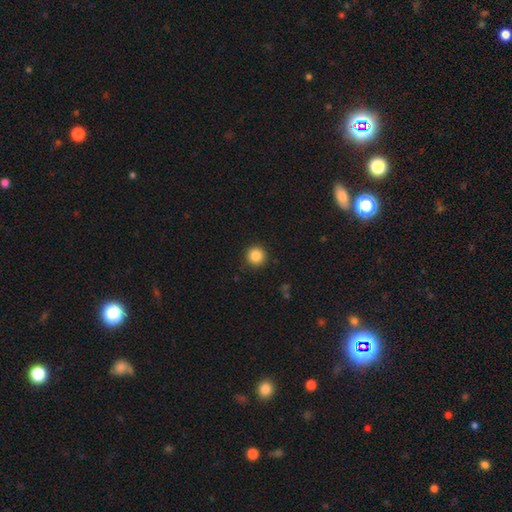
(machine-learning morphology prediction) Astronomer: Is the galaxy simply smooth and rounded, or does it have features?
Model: smooth — 86%.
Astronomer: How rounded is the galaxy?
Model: round — 95%.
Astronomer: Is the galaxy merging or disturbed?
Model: none — 91%.